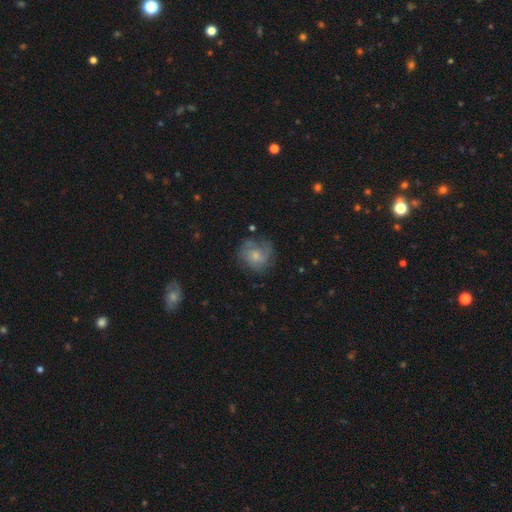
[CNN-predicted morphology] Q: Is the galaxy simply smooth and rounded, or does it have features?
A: smooth — 48%.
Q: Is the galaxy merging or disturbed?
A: none — 61%.